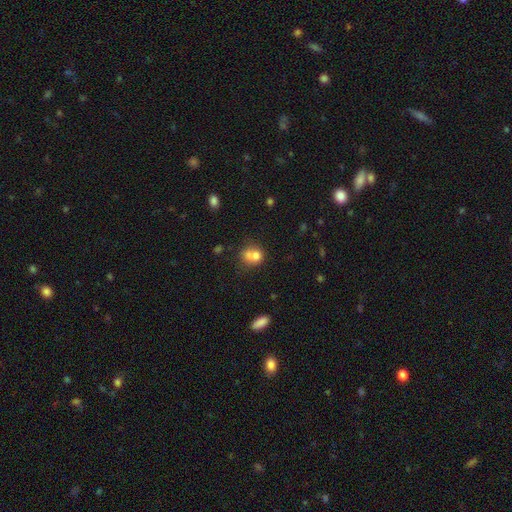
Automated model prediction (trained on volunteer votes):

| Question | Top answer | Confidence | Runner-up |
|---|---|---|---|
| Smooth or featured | smooth | 71% | featured or disk (18%) |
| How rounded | round | 65% | in between (34%) |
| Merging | merger | 58% | none (28%) |